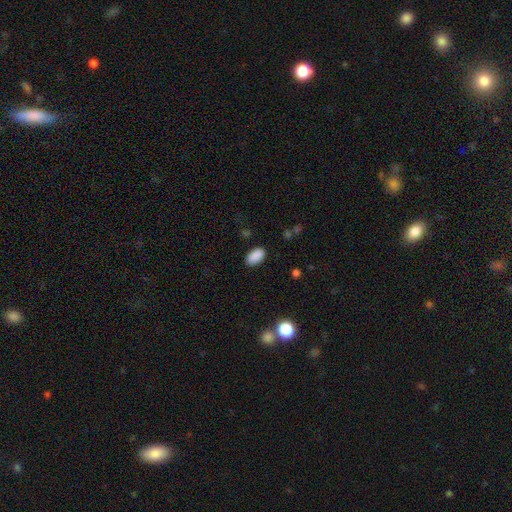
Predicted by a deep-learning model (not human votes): smooth-or-featured: smooth: 89% | star or artifact: 8% | featured or disk: 3%
  how-rounded: in between: 93% | round: 5% | cigar-shaped: 2%
  merging: none: 85% | minor disturbance: 11% | major disturbance: 3% | merger: 1%